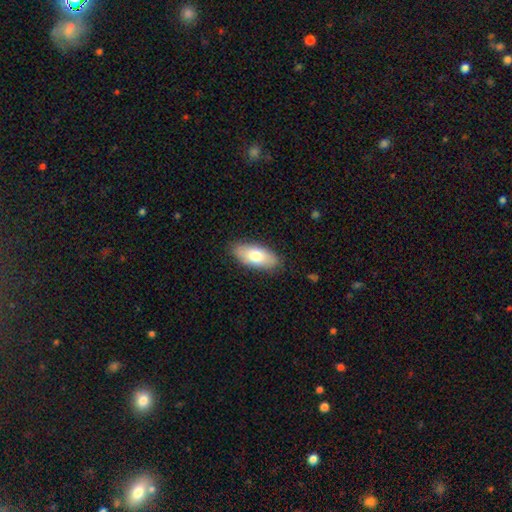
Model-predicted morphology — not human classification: A smooth galaxy with no disk features (76%) that is in between round and cigar-shaped (87%). Merging: none (86%).